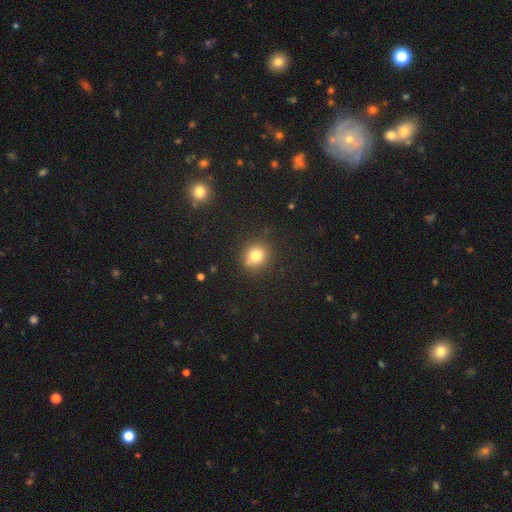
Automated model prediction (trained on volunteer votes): This appears to be a smooth galaxy with no disk features (78%) that is round (79%). Merging: none (82%).